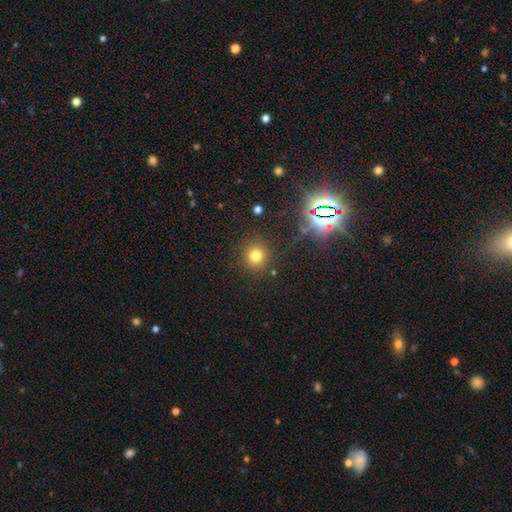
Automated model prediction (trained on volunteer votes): The model was most divided on "smooth or featured": smooth: 73%, star or artifact: 20%, featured or disk: 7%. More confident: how rounded — round (92%); merging — none (87%).